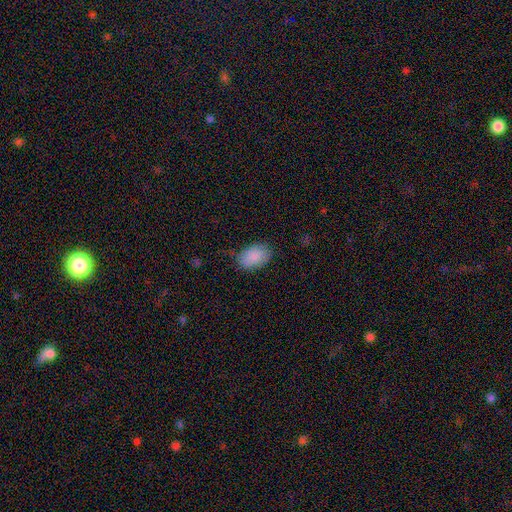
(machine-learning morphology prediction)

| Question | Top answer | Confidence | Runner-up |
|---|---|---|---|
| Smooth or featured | smooth | 88% | star or artifact (7%) |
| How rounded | in between | 89% | round (10%) |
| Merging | none | 73% | minor disturbance (21%) |